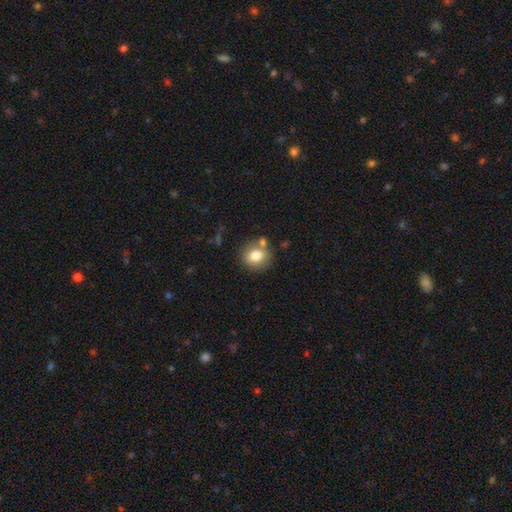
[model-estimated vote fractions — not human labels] Overall: smooth (77%). How rounded: round (81%). Merging: none (72%).